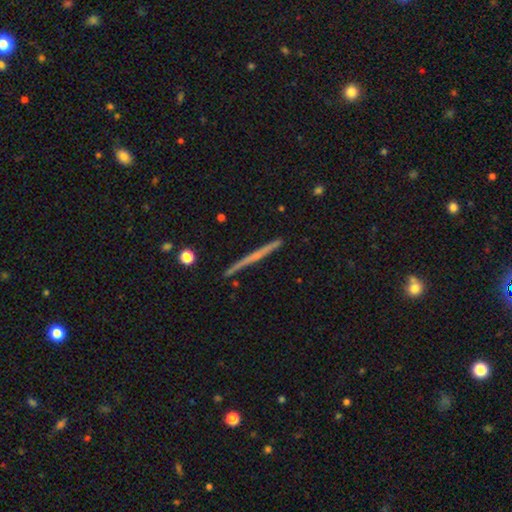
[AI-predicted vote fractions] featured or disk 61%, smooth 33%, star or artifact 6%. Down the decision tree: edge-on disk — yes (98%); edge-on bulge — none (80%); merging — none (91%).